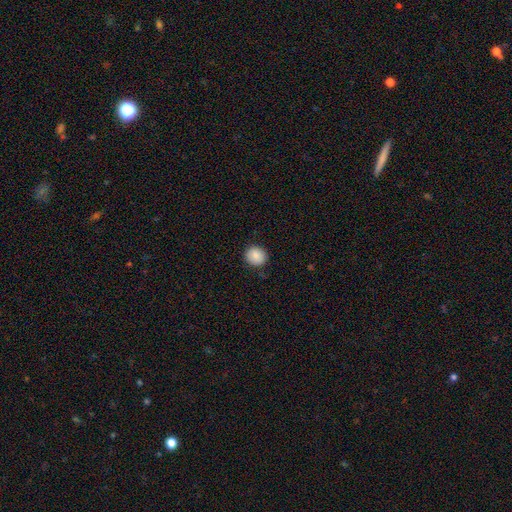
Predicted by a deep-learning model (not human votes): This appears to be a smooth galaxy with no disk features (87%) that is round (87%). Merging: none (89%).